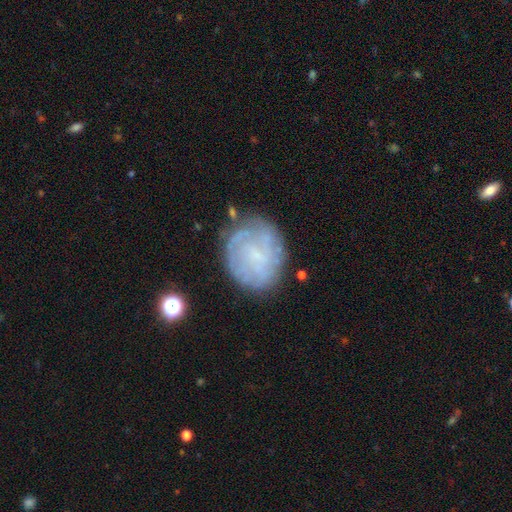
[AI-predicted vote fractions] The model was most divided on "bar": no: 61%, weak: 33%, strong: 6%. More confident: edge-on disk — no (98%); spiral arms — yes (80%); merging — none (73%); smooth or featured — featured or disk (65%); spiral winding — tight (65%); bulge size — small (61%); spiral arm count — can't tell (55%).